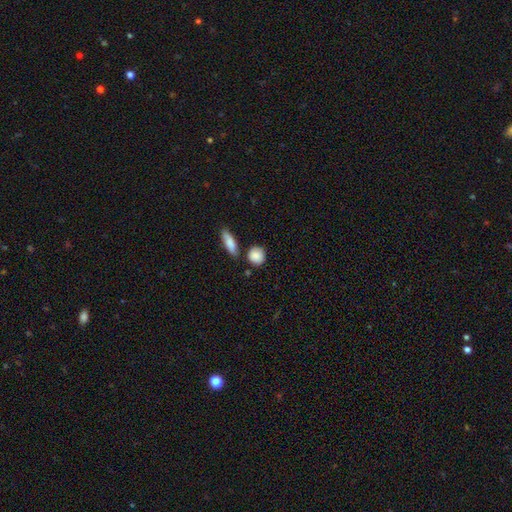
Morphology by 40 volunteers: This is clearly a smooth galaxy (92%). How rounded: likely round (76%). Merging: clearly none (87%).